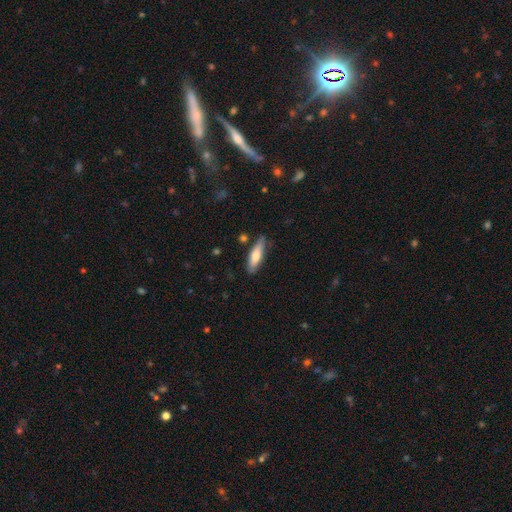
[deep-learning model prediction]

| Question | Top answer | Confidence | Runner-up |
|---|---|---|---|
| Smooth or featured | smooth | 68% | featured or disk (26%) |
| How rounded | cigar-shaped | 61% | in between (37%) |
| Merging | none | 77% | minor disturbance (17%) |